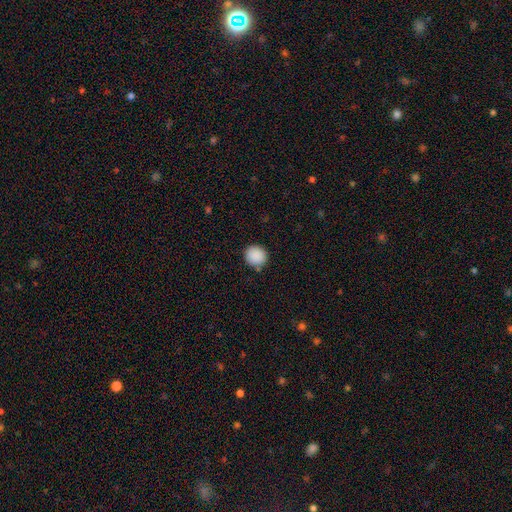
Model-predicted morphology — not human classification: type=smooth (89%); roundness=round (88%); merging=none (87%).